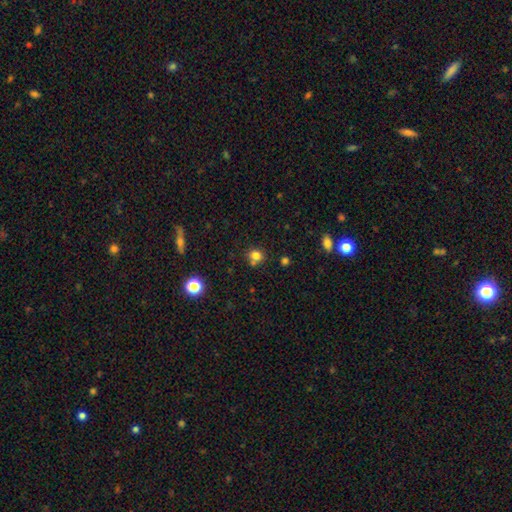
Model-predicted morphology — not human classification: smooth-or-featured: smooth: 78% | star or artifact: 15% | featured or disk: 8%
  how-rounded: round: 76% | in between: 22% | cigar-shaped: 1%
  merging: none: 62% | merger: 21% | minor disturbance: 13% | major disturbance: 4%